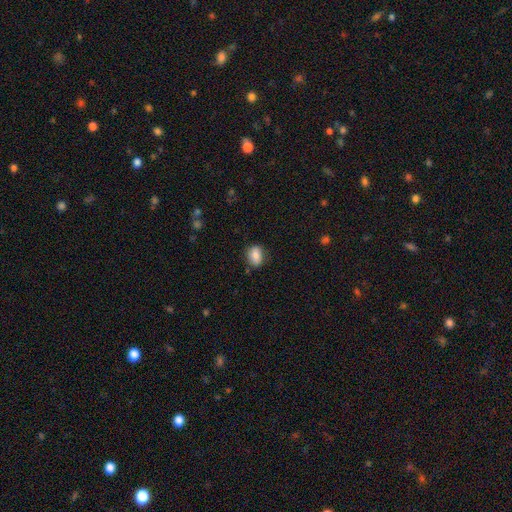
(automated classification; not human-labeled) A smooth galaxy with no disk features (83%) that is in between round and cigar-shaped (62%).

Vote fractions:
- Smooth or featured? smooth: 83% / featured or disk: 8% / star or artifact: 8%
- How rounded? in between: 62% / round: 36% / cigar-shaped: 1%
- Merging? none: 78% / minor disturbance: 16% / major disturbance: 3% / merger: 2%